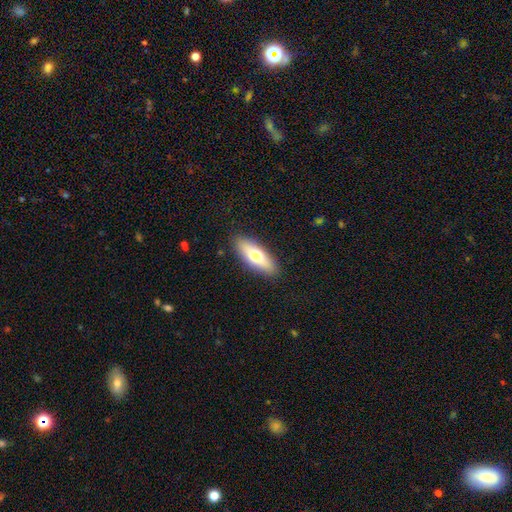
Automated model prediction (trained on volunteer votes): Smooth or featured? smooth (68%)
How rounded? in between (63%)
Merging? none (88%)